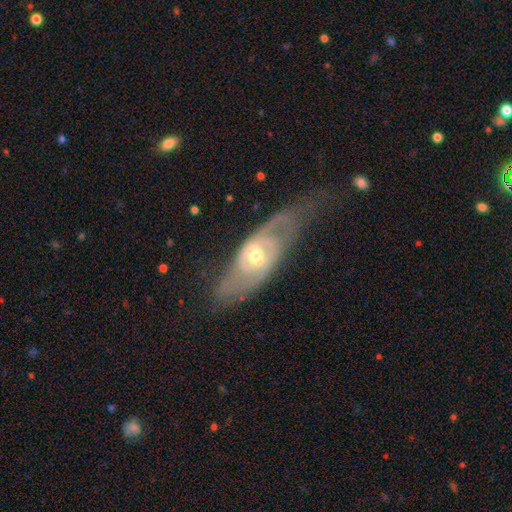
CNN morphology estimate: Smooth or featured? featured or disk (81%)
Edge-on disk? no (84%)
Bar? no (58%)
Spiral arms? yes (82%)
Spiral winding? tight (40%)
Spiral arm count? 2 (68%)
Bulge size? moderate (68%)
Merging? none (61%)